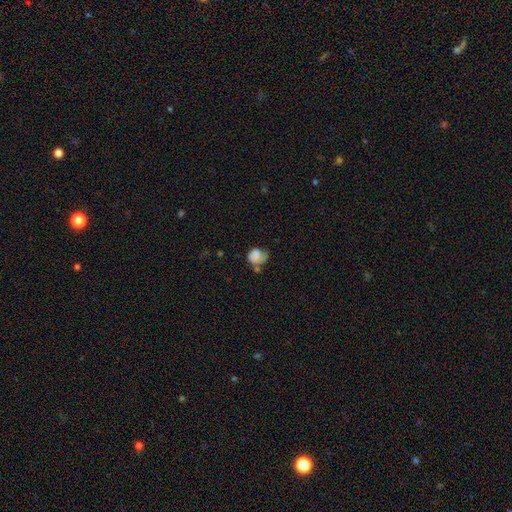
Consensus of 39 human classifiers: Smooth or featured: smooth — 69% (featured or disk — 18%)
How rounded: round — 59% (in between — 37%)
Merging: major disturbance — 38% (minor disturbance — 26%)